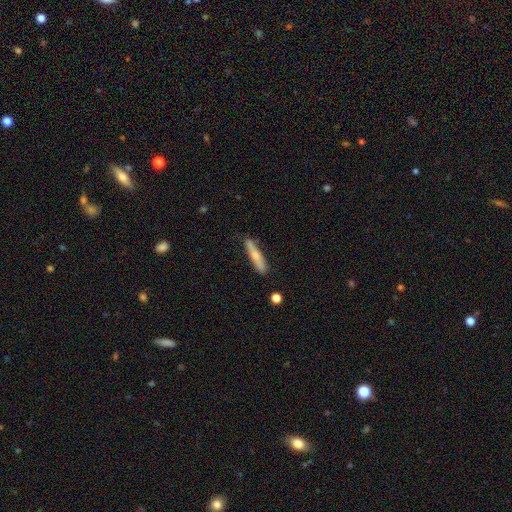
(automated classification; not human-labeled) The model was most divided on "smooth or featured": smooth: 59%, featured or disk: 35%, star or artifact: 6%. More confident: how rounded — cigar-shaped (89%); merging — none (80%).